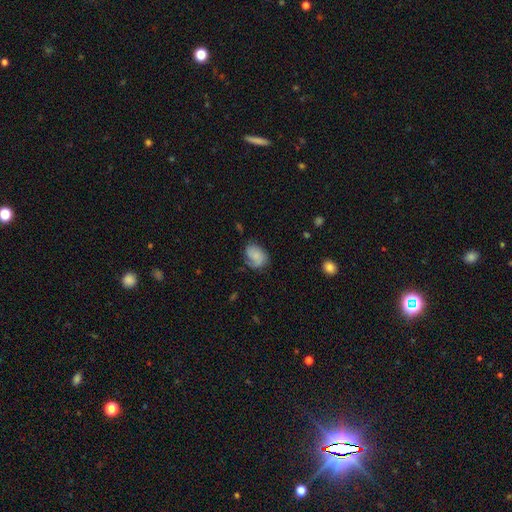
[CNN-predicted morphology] smooth_or_featured: smooth (p=0.62) [alt: featured or disk p=0.29]
how_rounded: in between (p=0.73) [alt: round p=0.26]
merging: none (p=0.50) [alt: minor disturbance p=0.30]